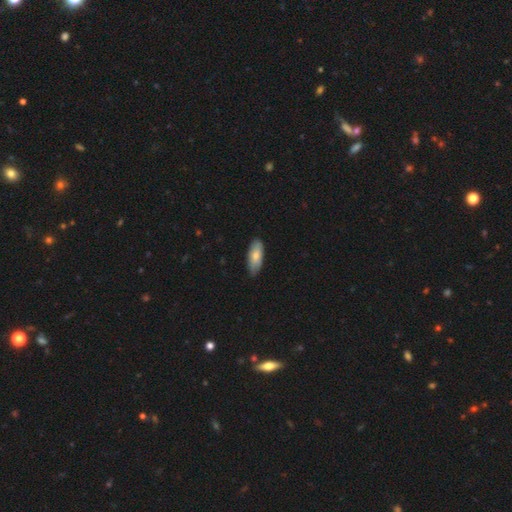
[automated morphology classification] Q: Smooth or featured?
A: smooth (74%); runner-up: featured or disk (21%)
Q: How rounded?
A: in between (76%); runner-up: cigar-shaped (22%)
Q: Merging?
A: none (80%); runner-up: minor disturbance (17%)